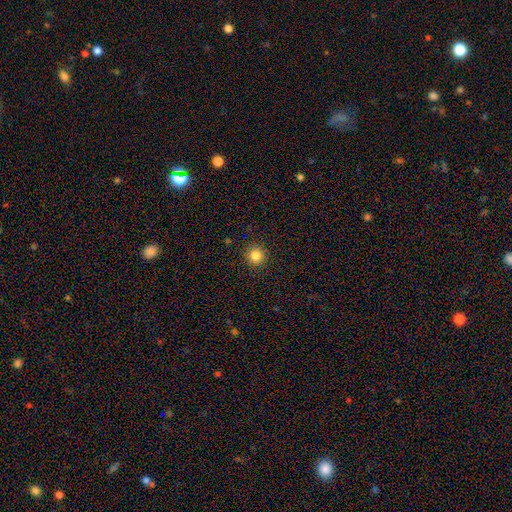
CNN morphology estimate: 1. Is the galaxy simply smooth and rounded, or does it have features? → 84% smooth, 11% star or artifact, 4% featured or disk.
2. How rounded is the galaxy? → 94% round, 5% in between, 1% cigar-shaped.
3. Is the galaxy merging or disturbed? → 92% none, 5% minor disturbance, 2% major disturbance, 1% merger.